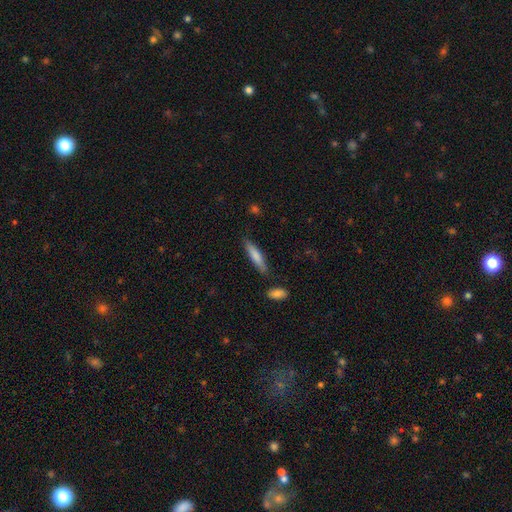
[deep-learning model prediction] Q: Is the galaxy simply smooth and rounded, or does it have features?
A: smooth — 78%.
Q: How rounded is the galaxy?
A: cigar-shaped — 82%.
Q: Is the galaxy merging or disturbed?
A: none — 81%.